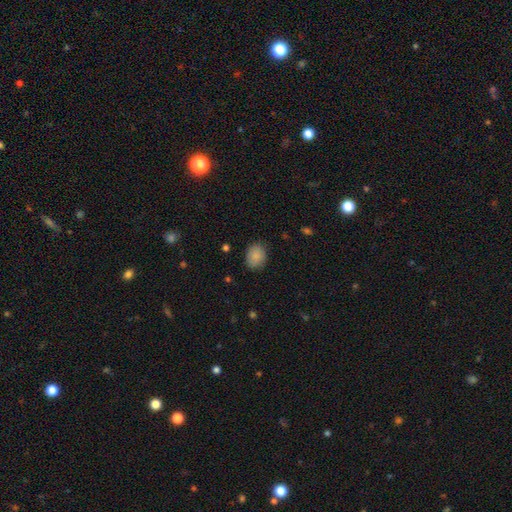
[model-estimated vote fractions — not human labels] This is clearly a smooth galaxy (86%). How rounded: possibly in between (54%). Merging: clearly none (84%).